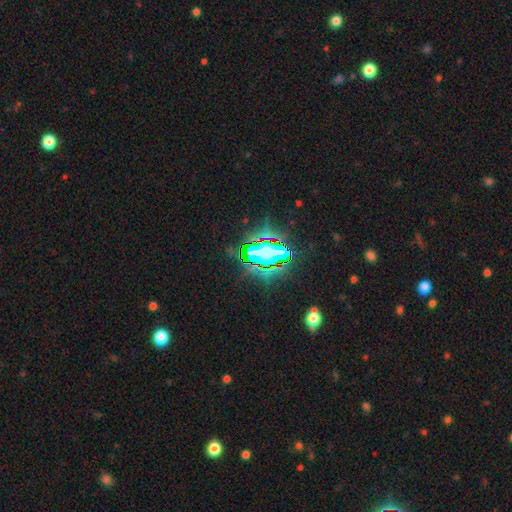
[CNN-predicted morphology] This appears to be a star or artifact, not a galaxy (64%).